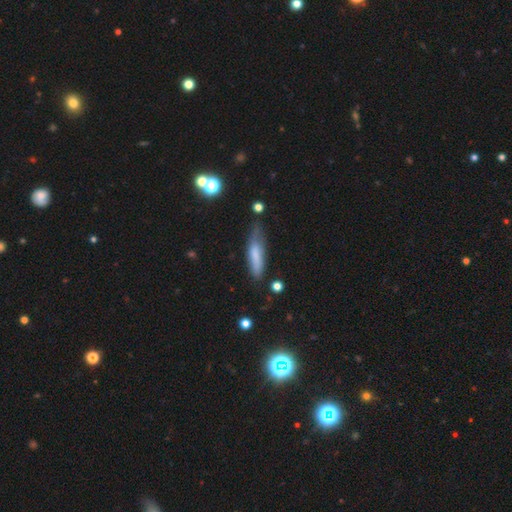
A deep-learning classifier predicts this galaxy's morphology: smooth_or_featured: smooth (p=0.72) [alt: featured or disk p=0.20]
how_rounded: cigar-shaped (p=0.67) [alt: in between p=0.31]
merging: none (p=0.55) [alt: minor disturbance p=0.32]